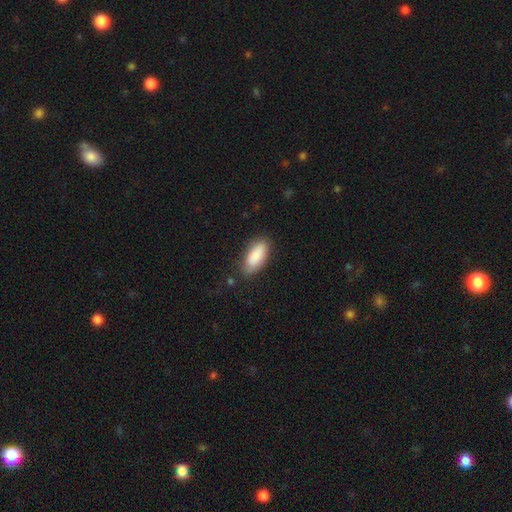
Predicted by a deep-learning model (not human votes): A smooth galaxy with no disk features (87%) that is in between round and cigar-shaped (83%).

Vote fractions:
- Smooth or featured? smooth: 87% / featured or disk: 7% / star or artifact: 6%
- How rounded? in between: 83% / cigar-shaped: 15% / round: 2%
- Merging? none: 79% / minor disturbance: 16% / major disturbance: 3% / merger: 2%